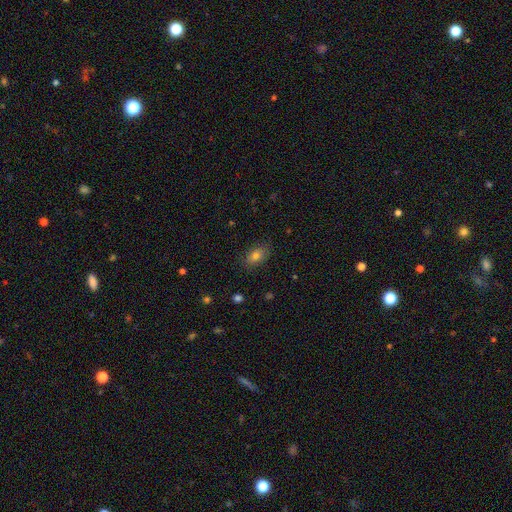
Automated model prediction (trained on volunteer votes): Smooth or featured: smooth — 77% (featured or disk — 12%)
How rounded: in between — 85% (round — 13%)
Merging: none — 83% (minor disturbance — 13%)